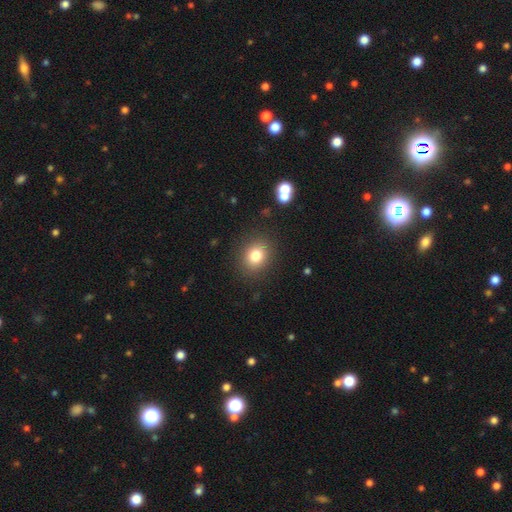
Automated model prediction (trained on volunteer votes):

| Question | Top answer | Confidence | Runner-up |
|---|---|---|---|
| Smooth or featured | smooth | 80% | star or artifact (12%) |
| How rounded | round | 63% | in between (37%) |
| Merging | none | 87% | minor disturbance (8%) |